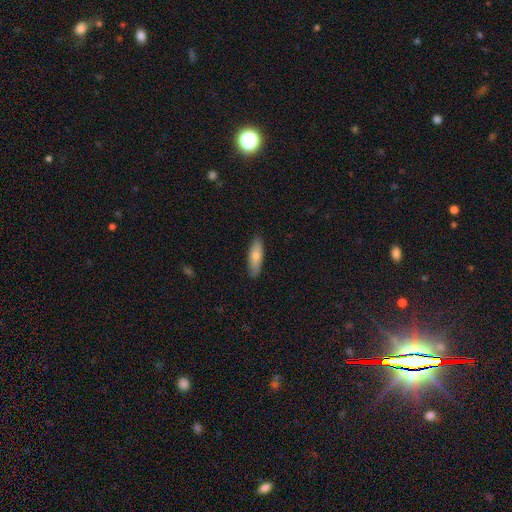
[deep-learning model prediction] The model was most divided on "how rounded": in between: 55%, cigar-shaped: 43%, round: 2%. More confident: merging — none (88%); smooth or featured — smooth (76%).